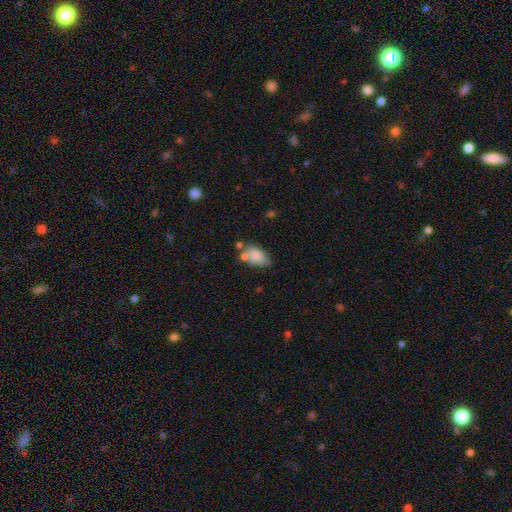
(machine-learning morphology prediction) Smooth or featured: smooth — 78% (featured or disk — 13%)
How rounded: in between — 87% (round — 10%)
Merging: none — 49% (minor disturbance — 23%)